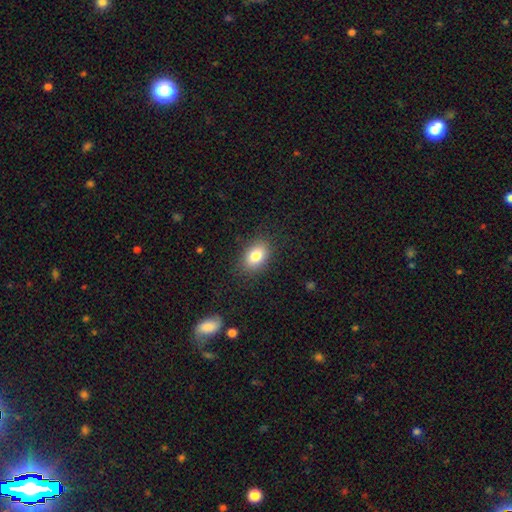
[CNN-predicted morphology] A smooth galaxy with no disk features (82%) that is in between round and cigar-shaped (81%). Merging: none (85%).